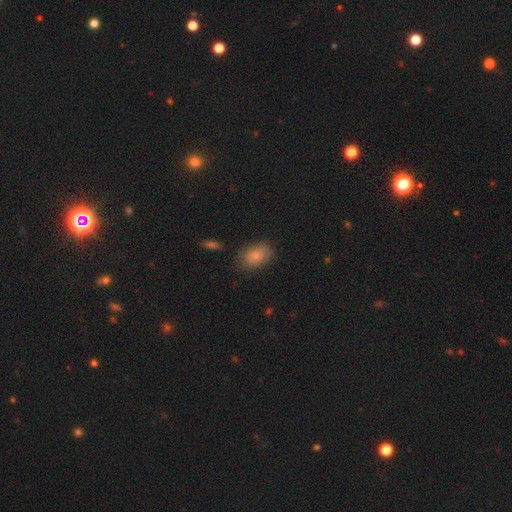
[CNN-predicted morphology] type=smooth (82%); roundness=in between (81%); merging=none (72%).